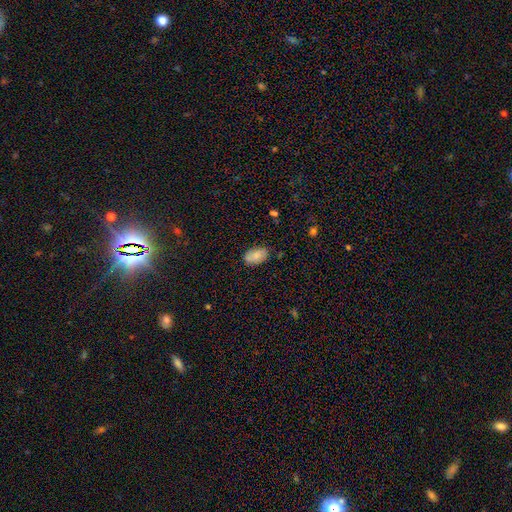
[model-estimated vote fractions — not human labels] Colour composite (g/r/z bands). It shows a smooth galaxy with no disk features (82%) that is in between round and cigar-shaped (92%). Merging: none (78%).